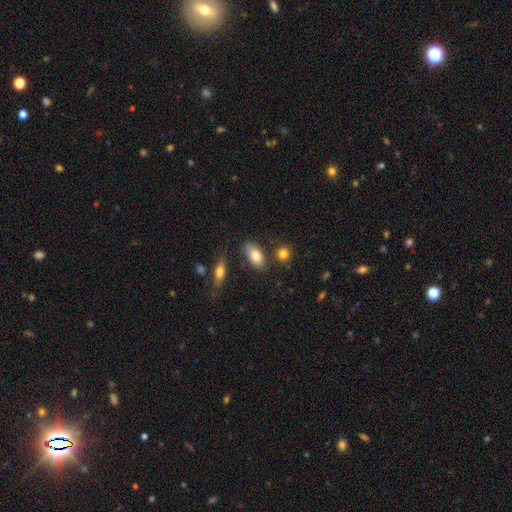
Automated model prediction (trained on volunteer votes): A smooth galaxy with no disk features (79%) that is in between round and cigar-shaped (86%).

Vote fractions:
- Smooth or featured? smooth: 79% / featured or disk: 14% / star or artifact: 7%
- How rounded? in between: 86% / cigar-shaped: 10% / round: 4%
- Merging? none: 74% / minor disturbance: 15% / merger: 8% / major disturbance: 4%